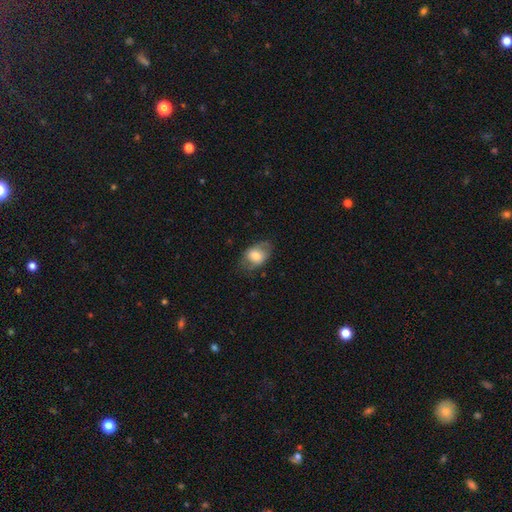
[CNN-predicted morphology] A smooth galaxy with no disk features (67%) that is in between round and cigar-shaped (76%). Merging: none (65%).